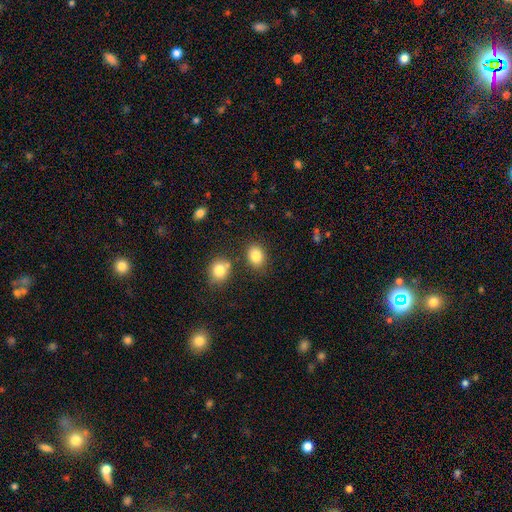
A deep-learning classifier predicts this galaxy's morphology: Overall: smooth (84%). How rounded: in between (56%; round 43%). Merging: none (78%).